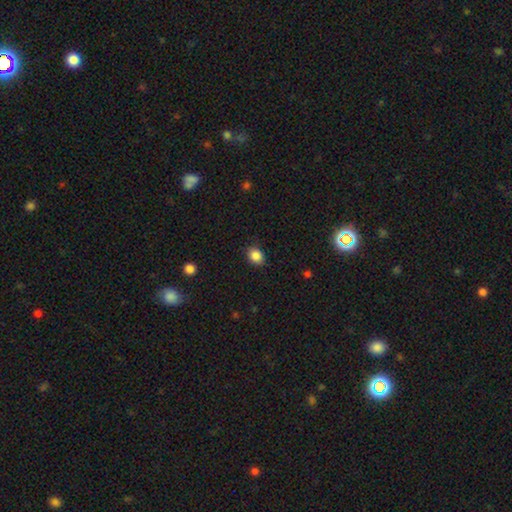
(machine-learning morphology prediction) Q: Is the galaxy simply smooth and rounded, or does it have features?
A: smooth — 87%.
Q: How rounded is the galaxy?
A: round — 50%.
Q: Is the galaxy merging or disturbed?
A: none — 84%.